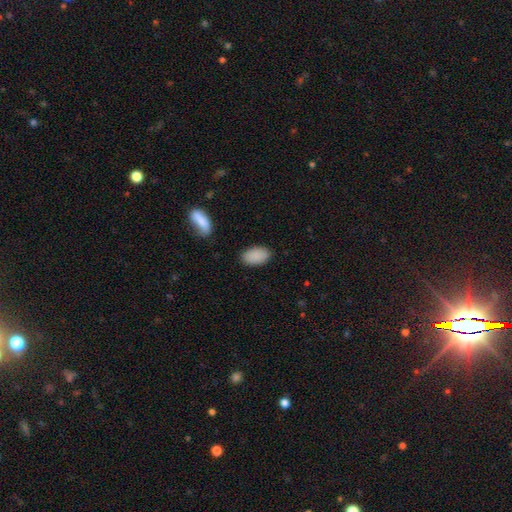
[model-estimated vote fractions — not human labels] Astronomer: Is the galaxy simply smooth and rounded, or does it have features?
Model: smooth — 90%.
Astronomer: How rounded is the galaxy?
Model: in between — 94%.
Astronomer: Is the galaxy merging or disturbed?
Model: none — 87%.